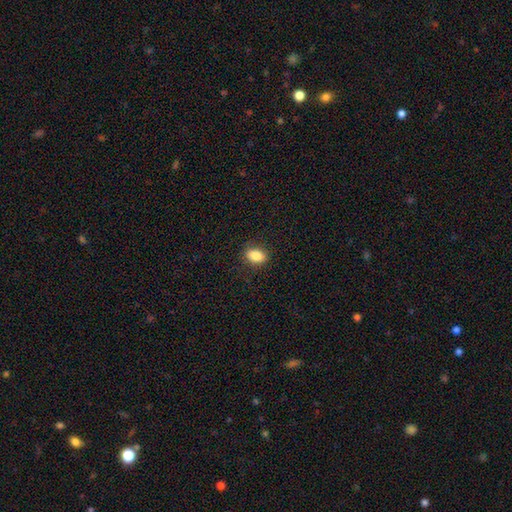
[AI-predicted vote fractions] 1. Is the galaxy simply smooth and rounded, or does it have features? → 86% smooth, 9% star or artifact, 6% featured or disk.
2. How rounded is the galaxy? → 83% in between, 14% round, 3% cigar-shaped.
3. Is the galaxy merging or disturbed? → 84% none, 12% minor disturbance, 3% major disturbance, 1% merger.